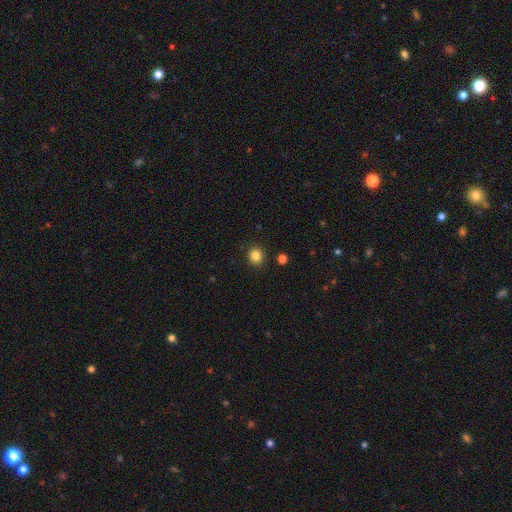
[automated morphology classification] Smooth or featured?
  - smooth: 84% *
  - star or artifact: 11%
  - featured or disk: 4%
How rounded?
  - round: 86% *
  - in between: 13%
  - cigar-shaped: 1%
Merging?
  - none: 90% *
  - minor disturbance: 6%
  - major disturbance: 2%
  - merger: 2%